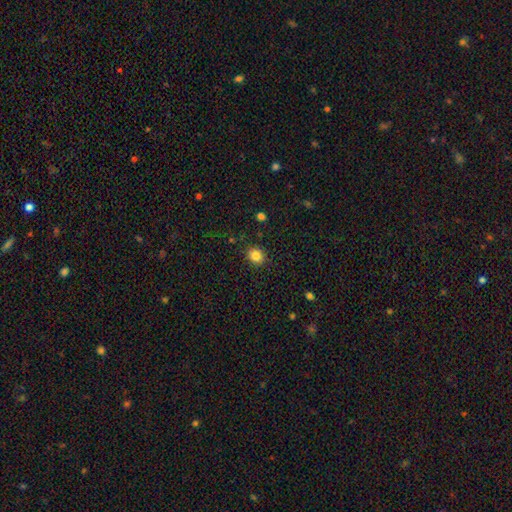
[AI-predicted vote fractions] Morphology: type=smooth (84%); roundness=round (76%); merging=none (88%).